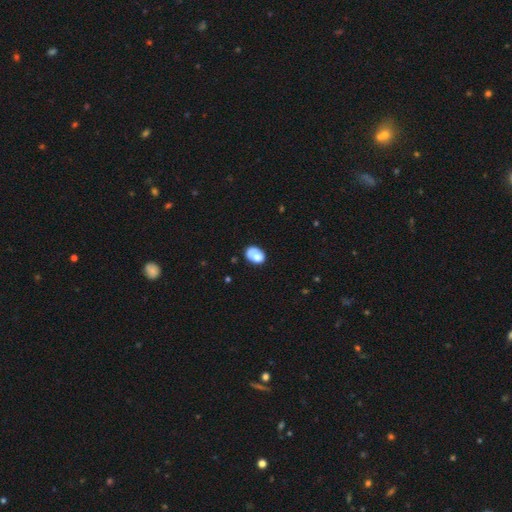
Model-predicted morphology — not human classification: Overall: smooth (75%). How rounded: in between (70%). Merging: none (50%; minor disturbance 26%).